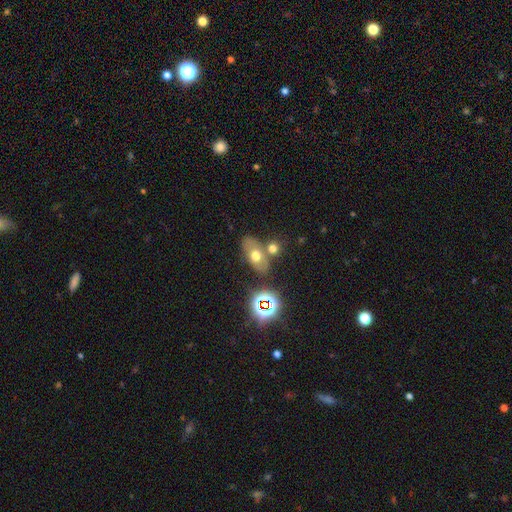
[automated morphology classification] Overall: smooth (56%; featured or disk 26%). How rounded: in between (79%). Merging: none (61%; merger 23%).